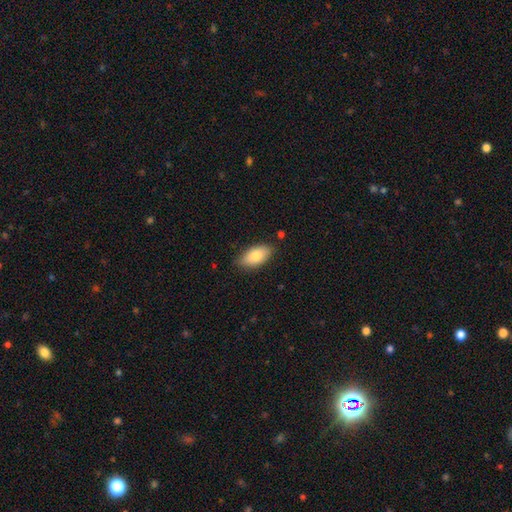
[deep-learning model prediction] This is clearly a smooth galaxy (82%). How rounded: clearly in between (92%). Merging: clearly none (82%).